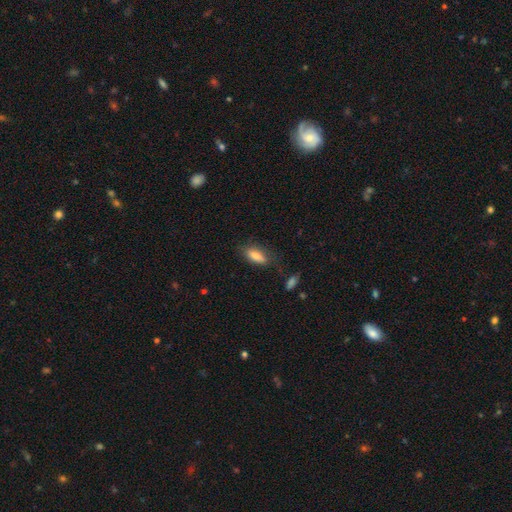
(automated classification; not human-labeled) A smooth galaxy with no disk features (81%) that is in between round and cigar-shaped (74%).

Vote fractions:
- Smooth or featured? smooth: 81% / featured or disk: 12% / star or artifact: 8%
- How rounded? in between: 74% / cigar-shaped: 23% / round: 3%
- Merging? none: 73% / minor disturbance: 19% / major disturbance: 5% / merger: 3%